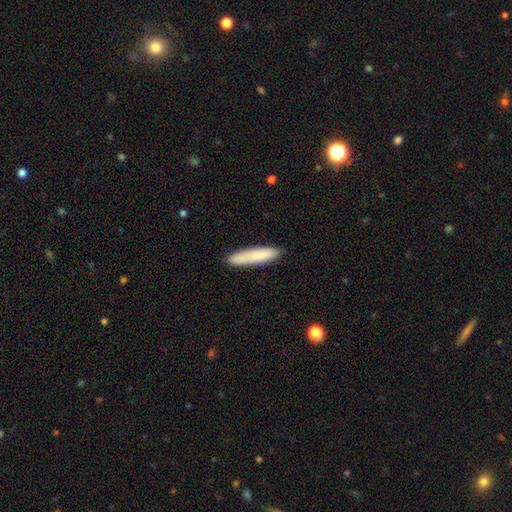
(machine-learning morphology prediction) A smooth galaxy with no disk features (83%) that is cigar-shaped (85%). Merging: none (87%).